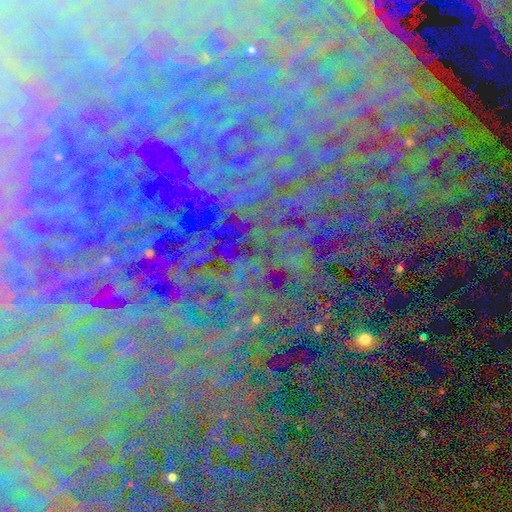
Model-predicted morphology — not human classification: This appears to be a star or artifact, not a galaxy (83%).